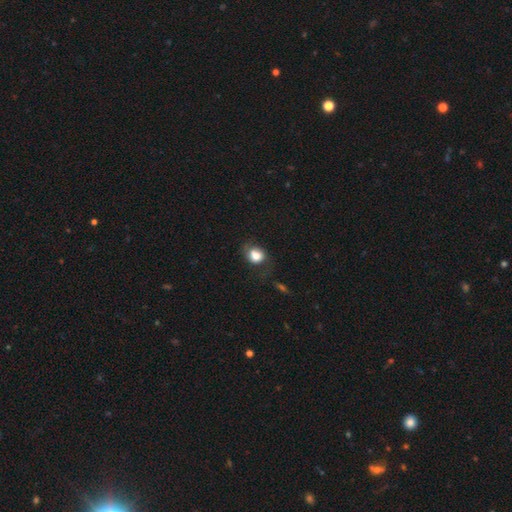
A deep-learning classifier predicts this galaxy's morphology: smooth-or-featured: smooth: 79% | featured or disk: 12% | star or artifact: 9%
  how-rounded: round: 55% | in between: 44% | cigar-shaped: 1%
  merging: none: 55% | minor disturbance: 26% | major disturbance: 16% | merger: 3%